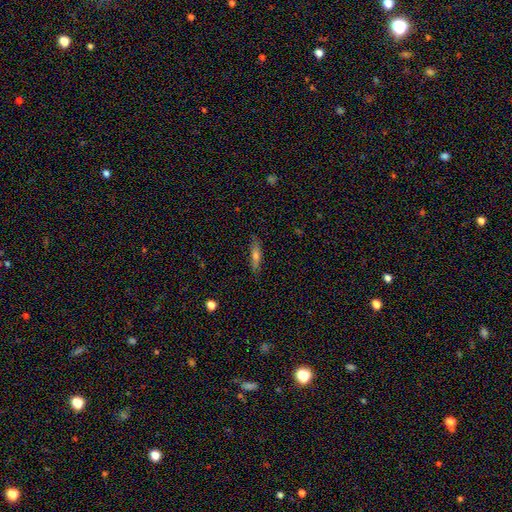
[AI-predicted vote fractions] Smooth or featured: smooth — 57% (featured or disk — 36%)
How rounded: cigar-shaped — 75% (in between — 23%)
Merging: none — 85% (minor disturbance — 12%)